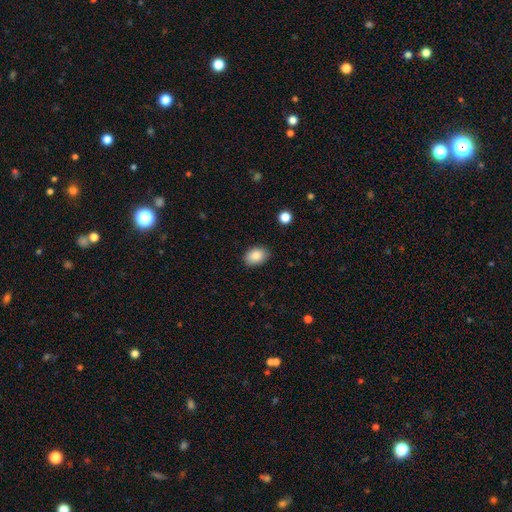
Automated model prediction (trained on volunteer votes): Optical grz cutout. It shows a smooth galaxy with no disk features (87%) that is in between round and cigar-shaped (79%). Merging: none (86%).